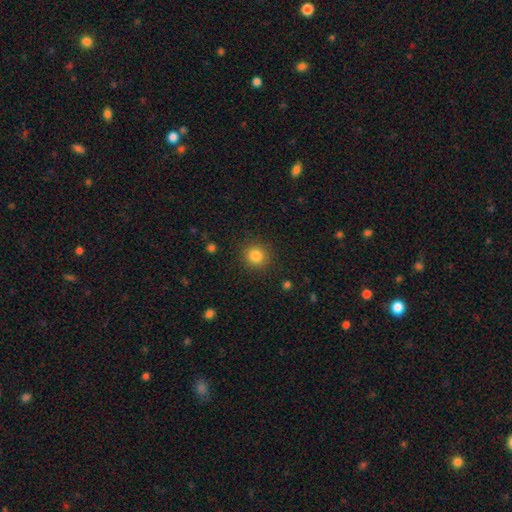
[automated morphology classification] Smooth or featured: smooth — 84% (star or artifact — 11%)
How rounded: round — 92% (in between — 7%)
Merging: none — 89% (minor disturbance — 7%)